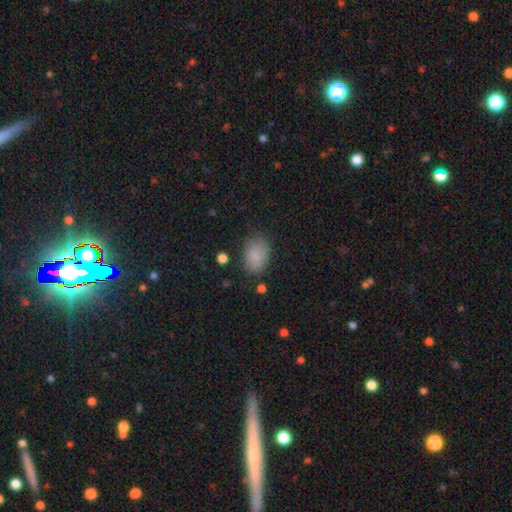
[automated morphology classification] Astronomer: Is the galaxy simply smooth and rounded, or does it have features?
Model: smooth — 86%.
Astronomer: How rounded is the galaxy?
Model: in between — 83%.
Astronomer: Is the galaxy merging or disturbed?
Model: none — 80%.